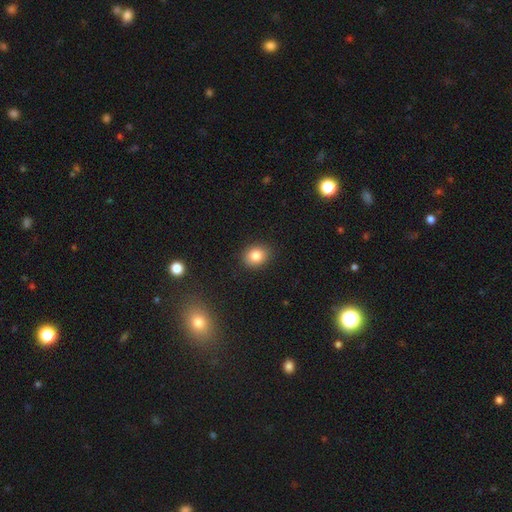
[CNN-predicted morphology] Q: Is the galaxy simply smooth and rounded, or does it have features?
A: smooth — 82%.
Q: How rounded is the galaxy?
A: round — 59%.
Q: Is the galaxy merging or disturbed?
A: none — 88%.